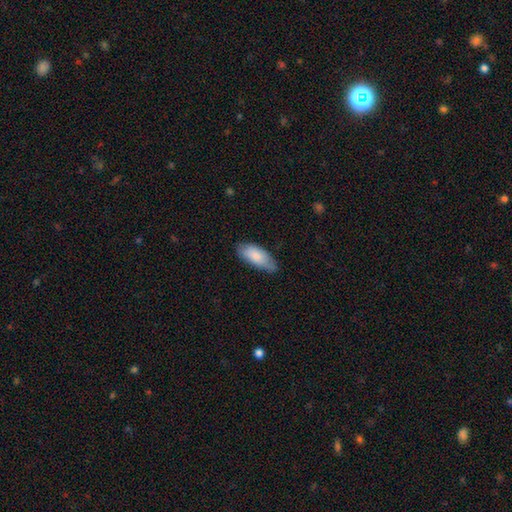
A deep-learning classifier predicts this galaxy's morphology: Smooth or featured? smooth (83%)
How rounded? in between (84%)
Merging? none (63%)